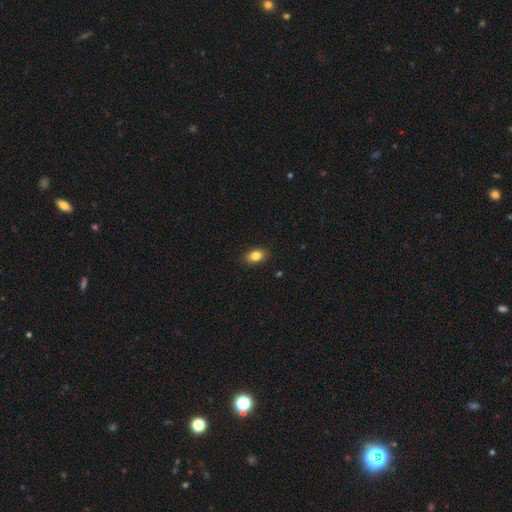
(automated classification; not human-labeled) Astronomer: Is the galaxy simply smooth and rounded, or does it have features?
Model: smooth — 84%.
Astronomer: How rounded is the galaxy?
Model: in between — 84%.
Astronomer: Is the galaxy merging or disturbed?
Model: none — 88%.